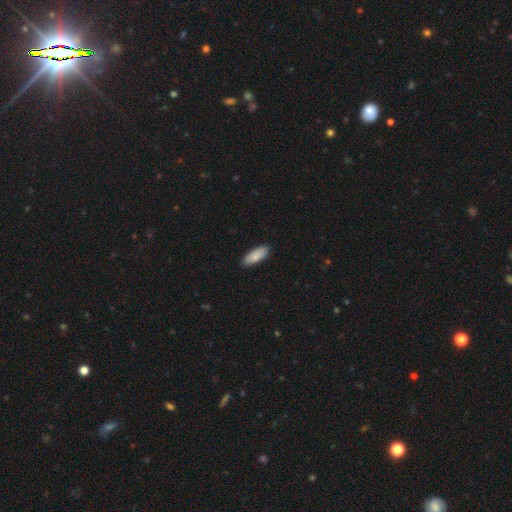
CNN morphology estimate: Smooth or featured? Predicted: smooth (p=0.82). How rounded? Predicted: in between (p=0.78). Merging? Predicted: none (p=0.87).